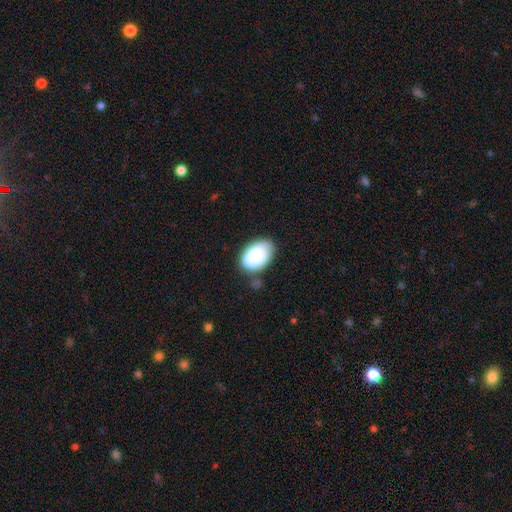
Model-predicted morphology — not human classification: A smooth galaxy with no disk features (76%) that is in between round and cigar-shaped (88%).

Vote fractions:
- Smooth or featured? smooth: 76% / featured or disk: 17% / star or artifact: 7%
- How rounded? in between: 88% / round: 11% / cigar-shaped: 1%
- Merging? none: 66% / minor disturbance: 23% / merger: 6% / major disturbance: 5%